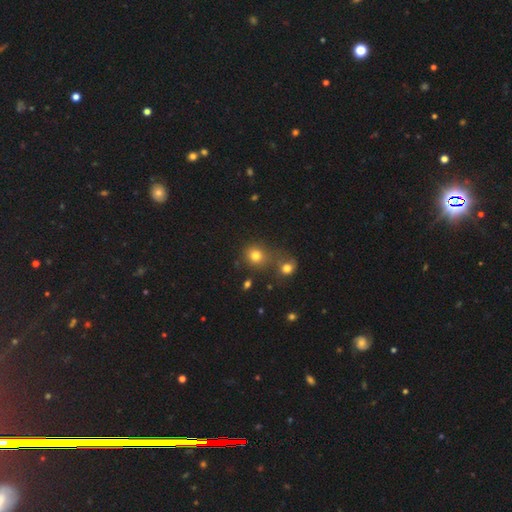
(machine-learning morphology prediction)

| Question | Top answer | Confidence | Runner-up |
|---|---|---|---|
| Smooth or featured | smooth | 77% | star or artifact (15%) |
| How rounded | round | 80% | in between (19%) |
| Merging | none | 54% | merger (31%) |